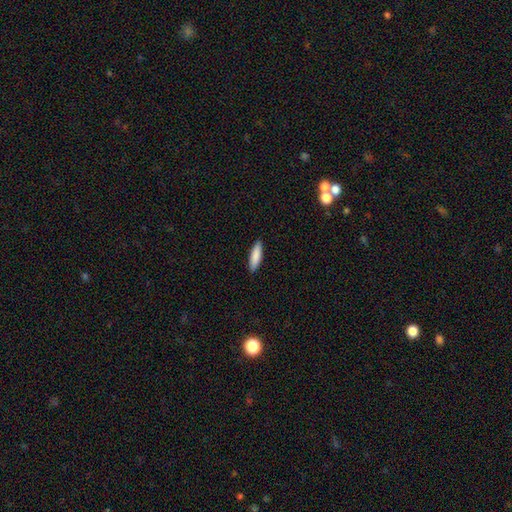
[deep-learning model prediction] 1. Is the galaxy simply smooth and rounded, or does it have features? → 87% smooth, 7% featured or disk, 6% star or artifact.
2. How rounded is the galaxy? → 62% cigar-shaped, 37% in between, 1% round.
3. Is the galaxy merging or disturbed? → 90% none, 7% minor disturbance, 2% major disturbance, 1% merger.